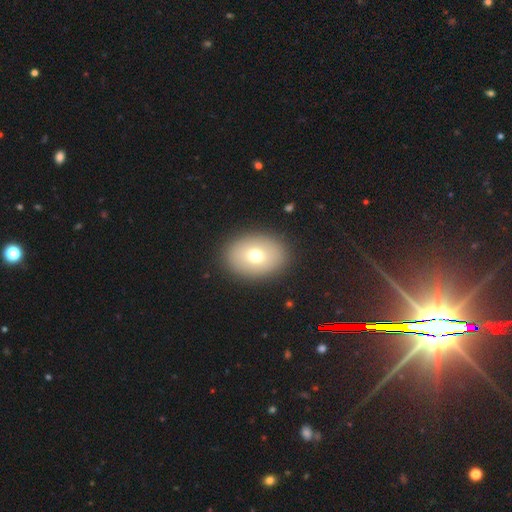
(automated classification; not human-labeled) Morphology: type=smooth (71%); roundness=in between (68%); merging=none (89%).